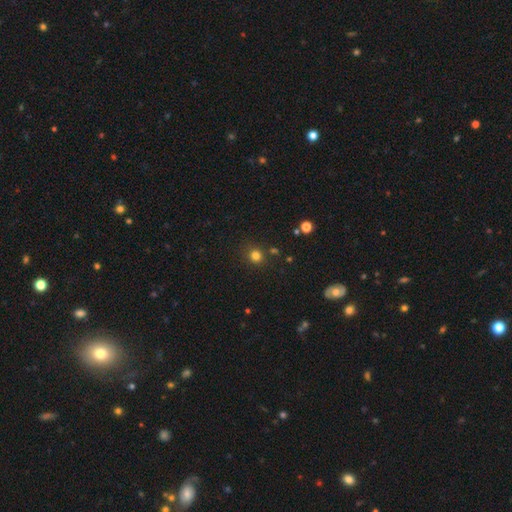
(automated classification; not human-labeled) Smooth or featured? Predicted: smooth (p=0.79). How rounded? Predicted: round (p=0.85). Merging? Predicted: none (p=0.81).